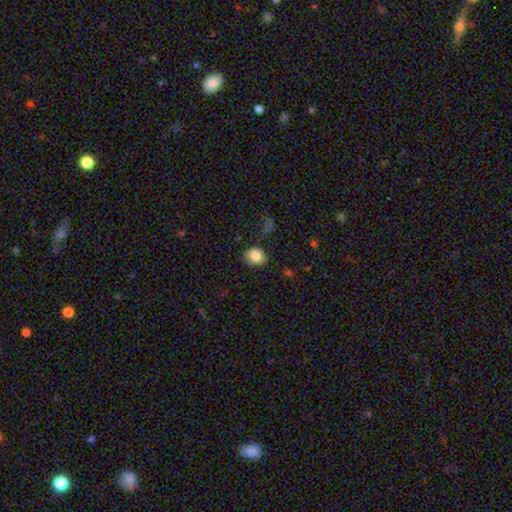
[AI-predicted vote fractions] Smooth or featured?
  - smooth: 83% *
  - star or artifact: 9%
  - featured or disk: 8%
How rounded?
  - round: 54% *
  - in between: 45%
  - cigar-shaped: 1%
Merging?
  - none: 80% *
  - minor disturbance: 15%
  - major disturbance: 4%
  - merger: 2%